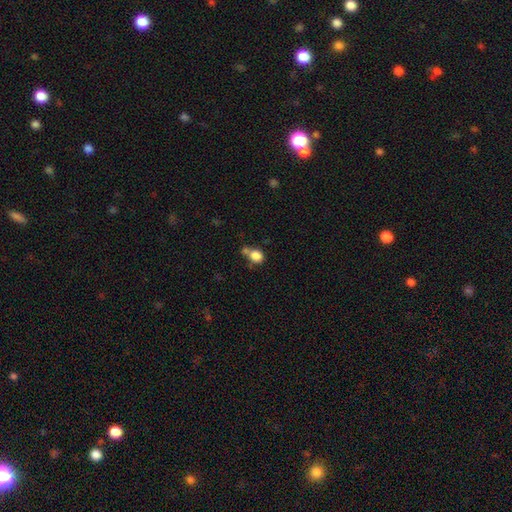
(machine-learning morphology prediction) Smooth or featured: smooth — 83% (star or artifact — 10%)
How rounded: round — 67% (in between — 32%)
Merging: none — 44% (merger — 33%)